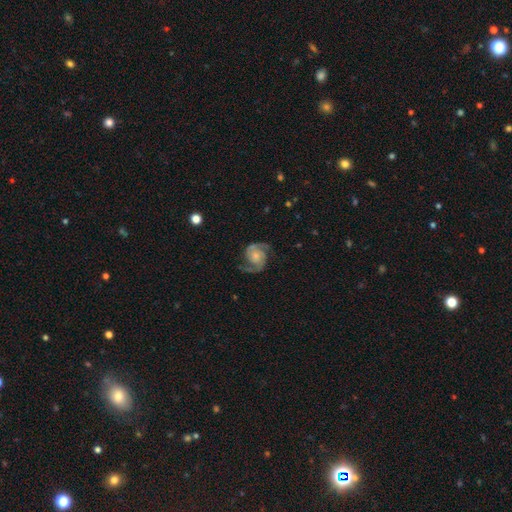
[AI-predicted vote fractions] smooth_or_featured: featured or disk (p=0.90) [alt: smooth p=0.05]
disk_edge_on: no (p=0.98) [alt: yes p=0.02]
bar: no (p=0.71) [alt: weak p=0.24]
has_spiral_arms: yes (p=0.98) [alt: no p=0.02]
spiral_winding: medium (p=0.56) [alt: tight p=0.25]
spiral_arm_count: 2 (p=0.93) [alt: can't tell p=0.02]
bulge_size: small (p=0.49) [alt: moderate p=0.33]
merging: none (p=0.78) [alt: minor disturbance p=0.14]